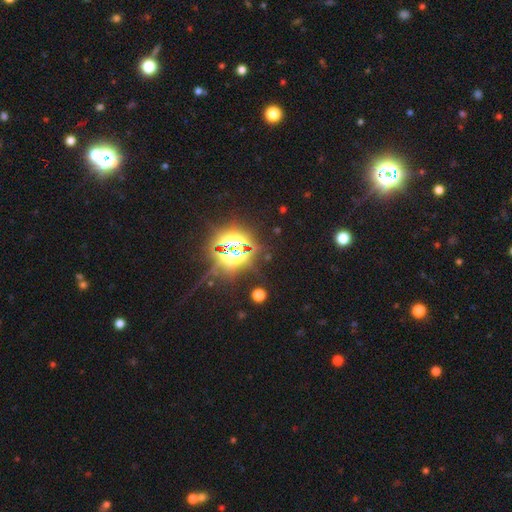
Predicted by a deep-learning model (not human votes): This appears to be a star or artifact, not a galaxy (84%).